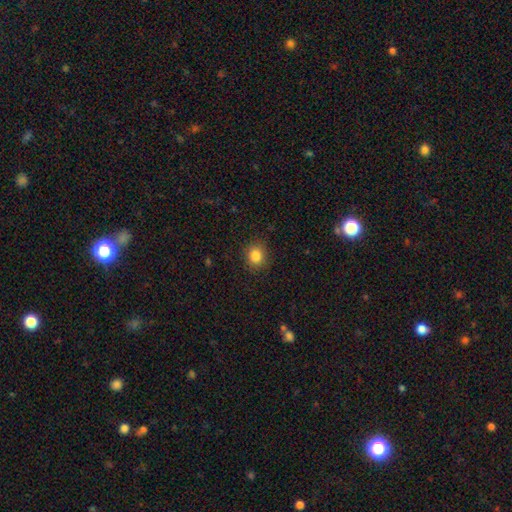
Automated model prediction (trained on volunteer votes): smooth_or_featured: smooth (p=0.85) [alt: star or artifact p=0.11]
how_rounded: round (p=0.75) [alt: in between p=0.24]
merging: none (p=0.88) [alt: minor disturbance p=0.09]